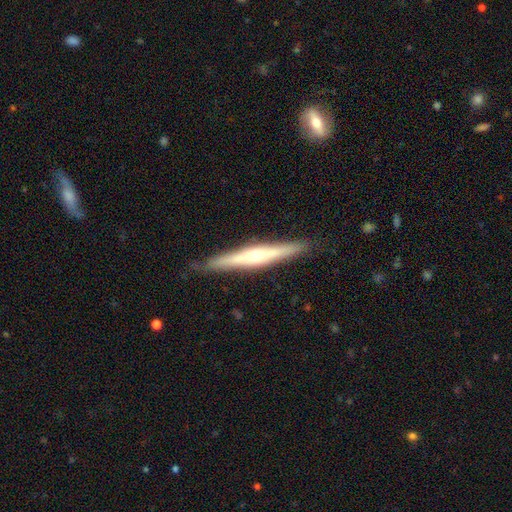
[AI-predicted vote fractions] Smooth or featured? Predicted: featured or disk (p=0.66). Edge-on disk? Predicted: yes (p=0.96). Edge-on bulge? Predicted: rounded (p=0.77). Merging? Predicted: none (p=0.88).